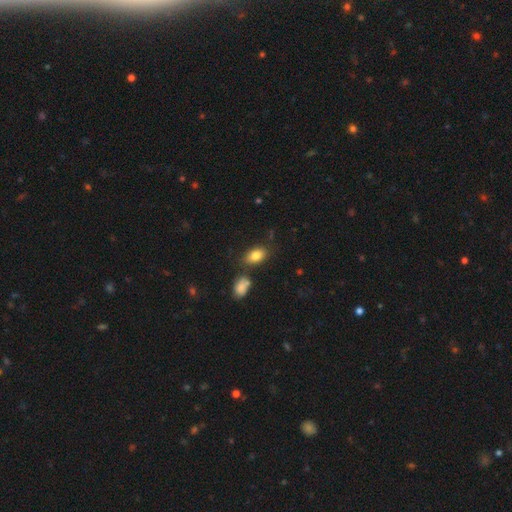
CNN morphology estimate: smooth_or_featured: smooth (p=0.83) [alt: featured or disk p=0.09]
how_rounded: in between (p=0.89) [alt: round p=0.09]
merging: none (p=0.73) [alt: minor disturbance p=0.14]